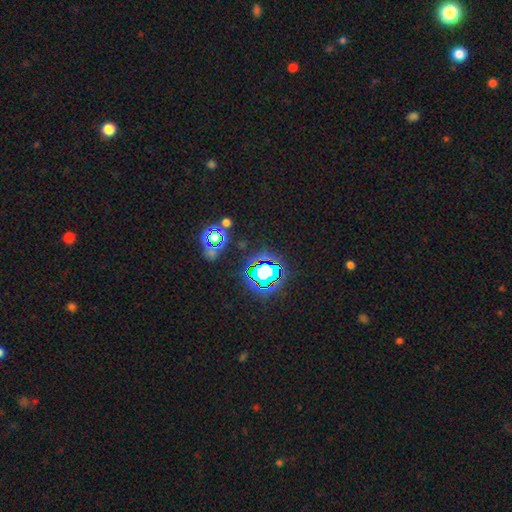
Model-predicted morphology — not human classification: Smooth or featured?
  - star or artifact: 79% *
  - smooth: 13%
  - featured or disk: 8%